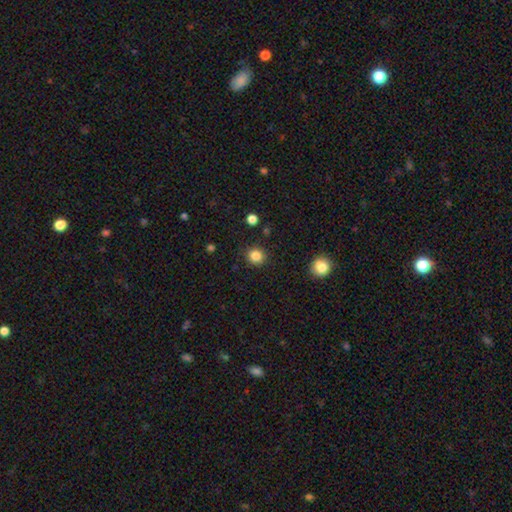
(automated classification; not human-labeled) smooth_or_featured: smooth (p=0.85) [alt: star or artifact p=0.11]
how_rounded: round (p=0.90) [alt: in between p=0.09]
merging: none (p=0.90) [alt: minor disturbance p=0.06]